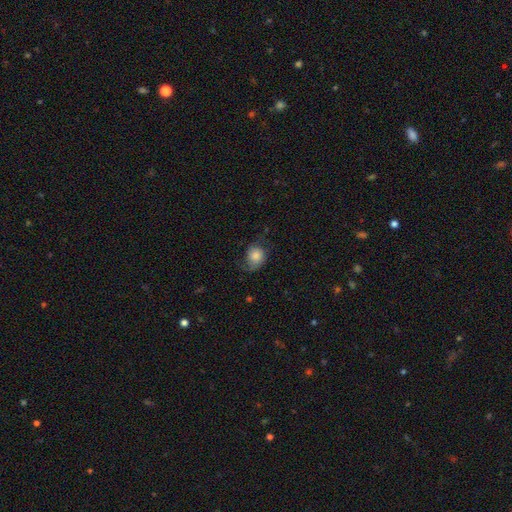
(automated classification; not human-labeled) This appears to be a smooth galaxy with no disk features (64%) that is round (64%). Merging: none (53%).